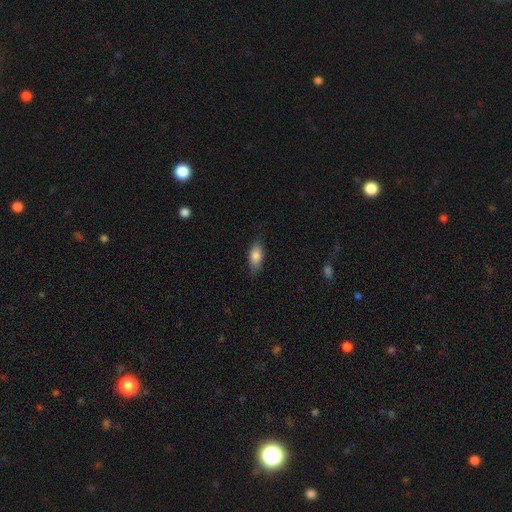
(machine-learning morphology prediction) This is clearly a smooth galaxy (82%). How rounded: clearly in between (85%). Merging: likely none (77%).